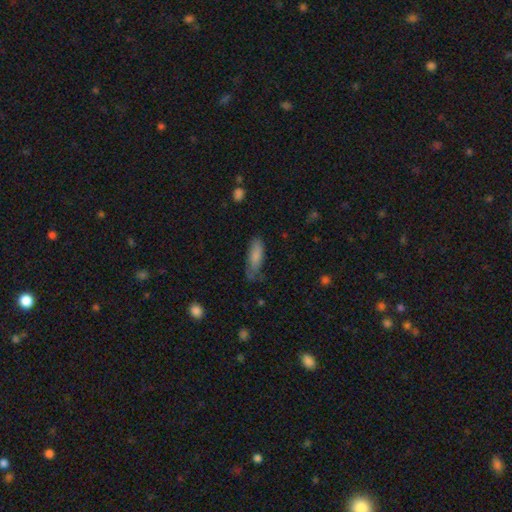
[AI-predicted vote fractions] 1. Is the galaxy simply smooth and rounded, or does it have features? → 81% smooth, 12% featured or disk, 7% star or artifact.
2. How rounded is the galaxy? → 59% in between, 40% cigar-shaped, 2% round.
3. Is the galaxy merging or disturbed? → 58% none, 32% minor disturbance, 8% major disturbance, 2% merger.